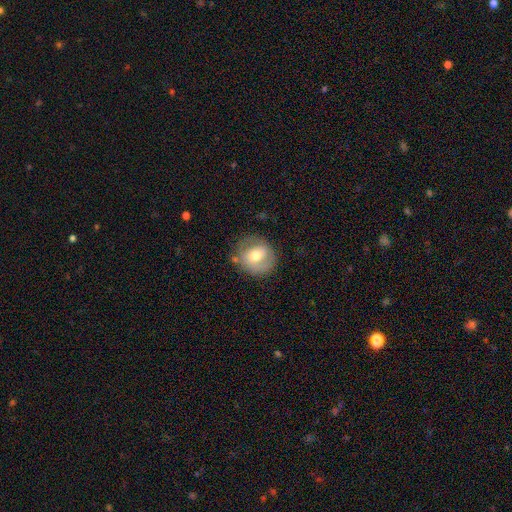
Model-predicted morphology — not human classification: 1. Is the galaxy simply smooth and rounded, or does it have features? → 54% smooth, 38% featured or disk, 8% star or artifact.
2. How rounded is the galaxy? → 83% round, 16% in between, 1% cigar-shaped.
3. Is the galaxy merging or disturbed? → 70% none, 19% minor disturbance, 8% major disturbance, 3% merger.